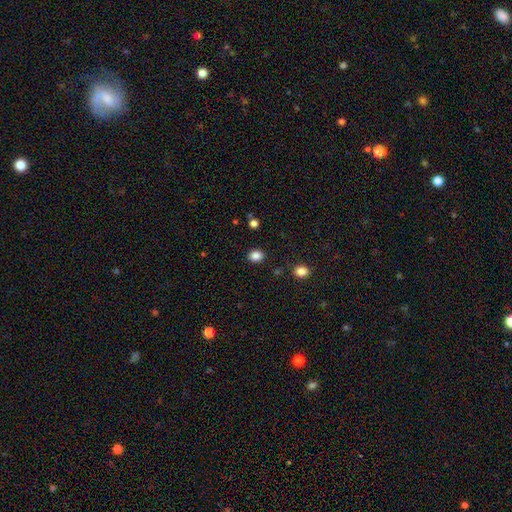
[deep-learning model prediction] smooth 86%, star or artifact 11%, featured or disk 4%. Down the decision tree: how rounded — round (53%); merging — none (87%).